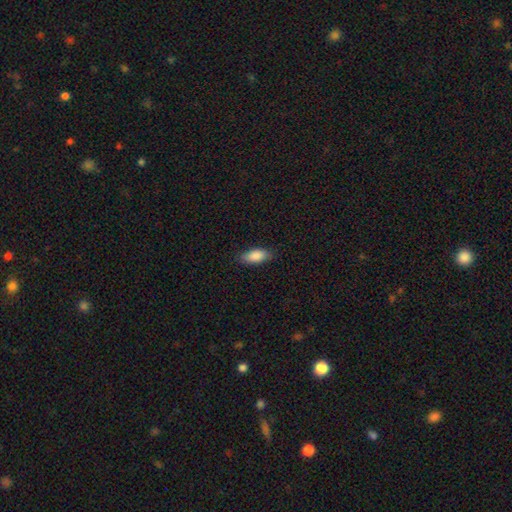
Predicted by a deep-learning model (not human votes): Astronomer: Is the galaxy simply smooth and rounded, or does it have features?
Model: smooth — 87%.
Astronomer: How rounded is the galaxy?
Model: in between — 84%.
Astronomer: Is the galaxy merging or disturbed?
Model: none — 84%.